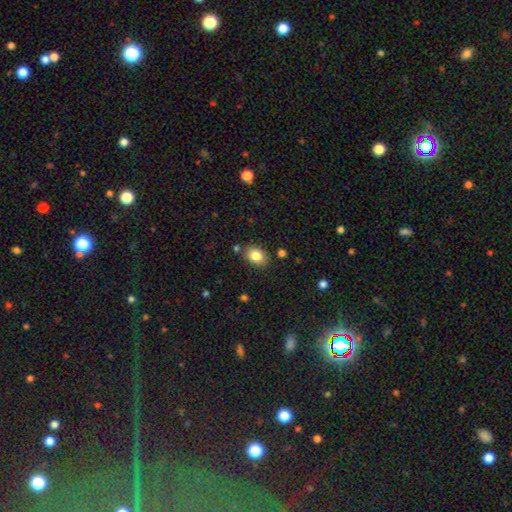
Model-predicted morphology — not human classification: The model was most divided on "how rounded": in between: 71%, round: 28%, cigar-shaped: 1%. More confident: smooth or featured — smooth (84%); merging — none (81%).